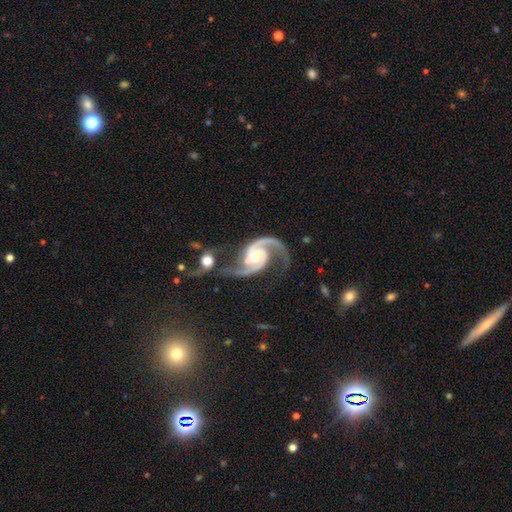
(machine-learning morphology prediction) Q: Smooth or featured?
A: featured or disk (94%); runner-up: star or artifact (4%)
Q: Edge-on disk?
A: no (98%); runner-up: yes (2%)
Q: Bar?
A: no (60%); runner-up: weak (29%)
Q: Spiral arms?
A: yes (99%); runner-up: no (1%)
Q: Spiral winding?
A: medium (55%); runner-up: loose (31%)
Q: Spiral arm count?
A: 2 (94%); runner-up: 1 (1%)
Q: Bulge size?
A: moderate (46%); runner-up: small (39%)
Q: Merging?
A: none (51%); runner-up: merger (19%)